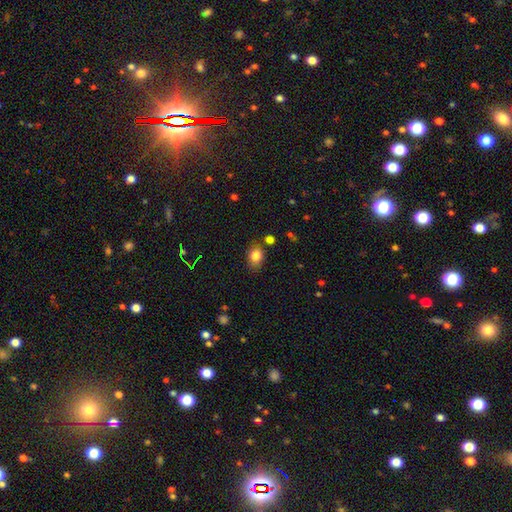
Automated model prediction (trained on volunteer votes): A smooth galaxy with no disk features (82%) that is in between round and cigar-shaped (65%). Merging: none (76%).